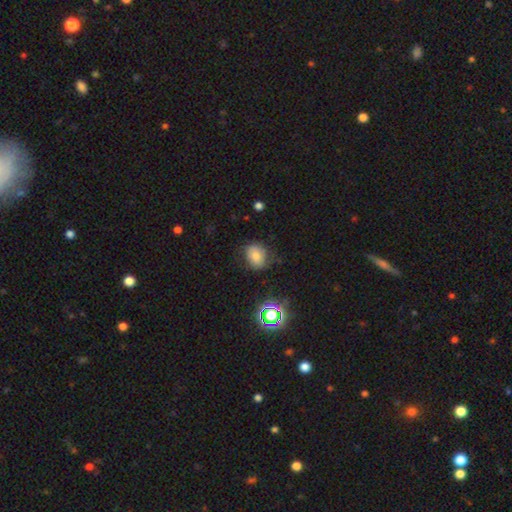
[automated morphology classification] type=smooth (71%); roundness=round (58%); merging=none (68%).